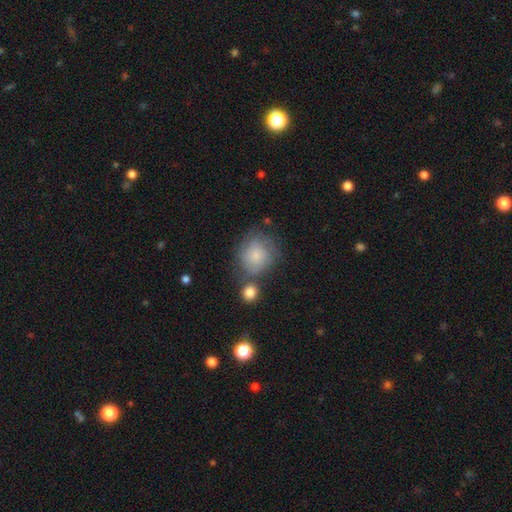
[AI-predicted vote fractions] Q: Smooth or featured?
A: smooth (66%); runner-up: featured or disk (25%)
Q: How rounded?
A: round (78%); runner-up: in between (21%)
Q: Merging?
A: none (53%); runner-up: minor disturbance (23%)